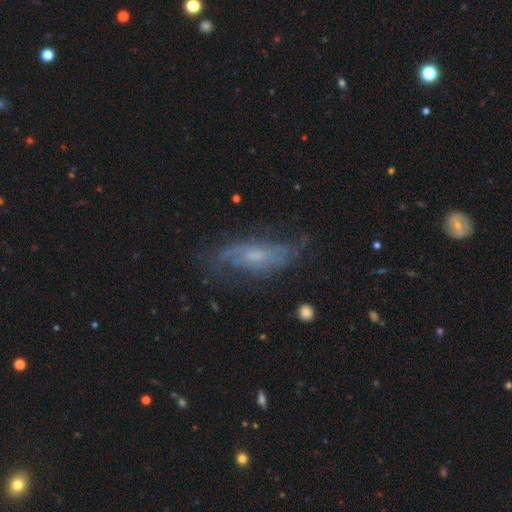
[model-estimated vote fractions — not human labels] Smooth or featured? featured or disk (67%)
Edge-on disk? no (83%)
Bar? no (61%)
Spiral arms? yes (81%)
Bulge size? small (52%)
Merging? none (62%)